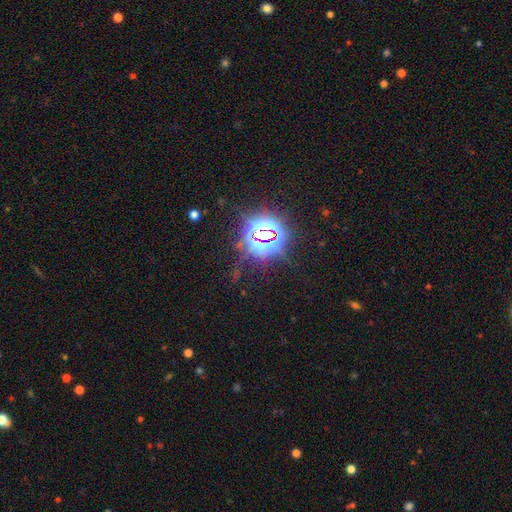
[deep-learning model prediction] The model was most divided on "smooth or featured": star or artifact: 84%, smooth: 10%, featured or disk: 6%.